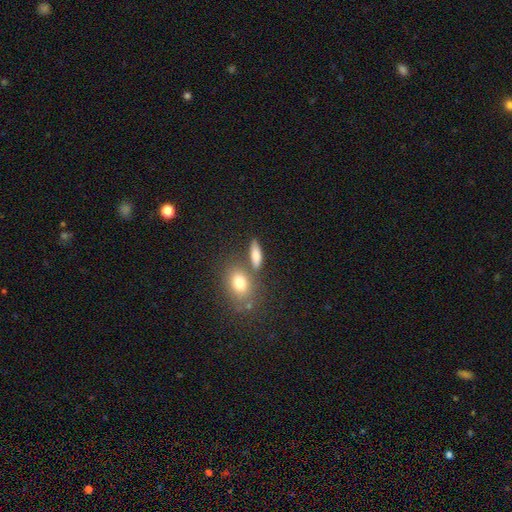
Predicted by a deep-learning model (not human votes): A smooth galaxy with no disk features (73%) that is in between round and cigar-shaped (55%). Merging: none (65%).